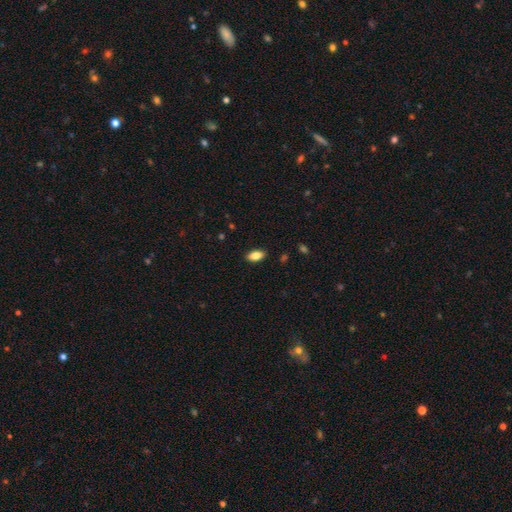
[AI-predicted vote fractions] Q: Smooth or featured?
A: smooth (86%); runner-up: star or artifact (8%)
Q: How rounded?
A: in between (91%); runner-up: cigar-shaped (5%)
Q: Merging?
A: none (88%); runner-up: minor disturbance (9%)